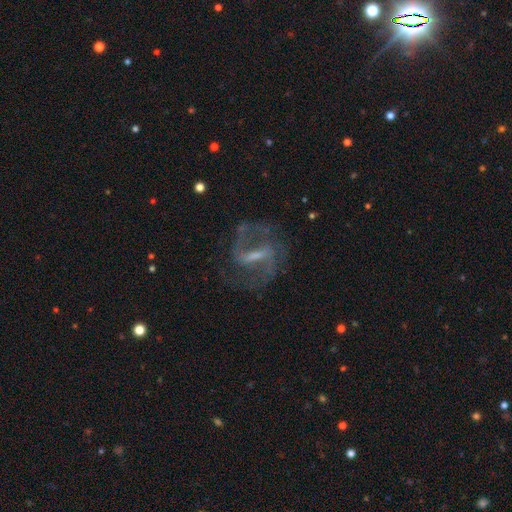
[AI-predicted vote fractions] This appears to be a featured or disk galaxy (88%) with a strong bar (59%), 2 (89%) medium (58%) spiral arms (95%) and a small central bulge (39%). Merging: none (73%).